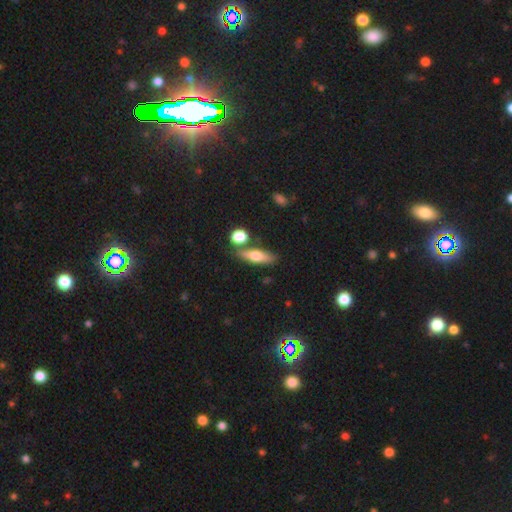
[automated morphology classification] Smooth or featured?
  - smooth: 59% *
  - featured or disk: 33%
  - star or artifact: 8%
How rounded?
  - cigar-shaped: 48% *
  - in between: 46%
  - round: 6%
Merging?
  - none: 71% *
  - merger: 14%
  - minor disturbance: 12%
  - major disturbance: 3%